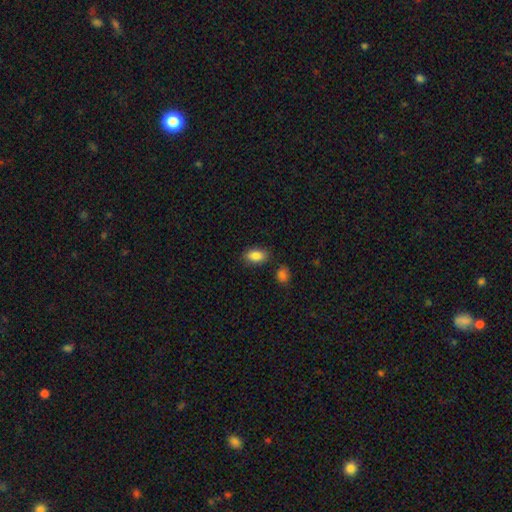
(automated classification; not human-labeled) Smooth or featured?
  - smooth: 87% *
  - star or artifact: 7%
  - featured or disk: 6%
How rounded?
  - in between: 91% *
  - round: 6%
  - cigar-shaped: 3%
Merging?
  - none: 84% *
  - minor disturbance: 10%
  - merger: 4%
  - major disturbance: 3%